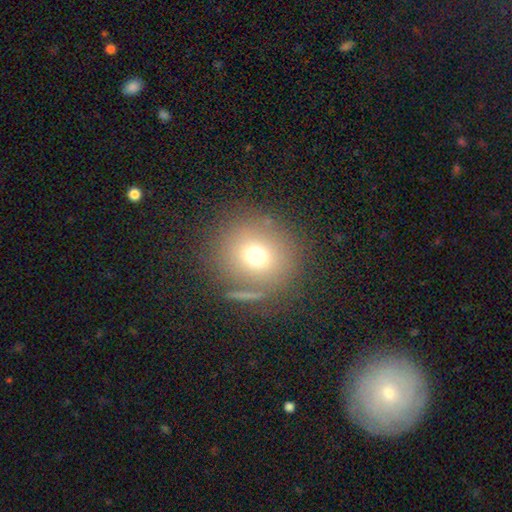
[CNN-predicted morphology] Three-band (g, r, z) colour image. It shows a smooth galaxy with no disk features (69%) that is round (91%). Merging: none (80%).